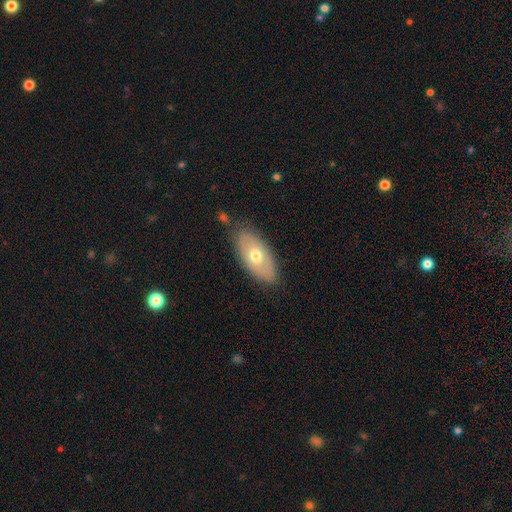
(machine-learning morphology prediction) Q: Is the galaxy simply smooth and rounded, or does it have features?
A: smooth — 55%.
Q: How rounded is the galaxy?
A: in between — 90%.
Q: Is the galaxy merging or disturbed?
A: none — 82%.